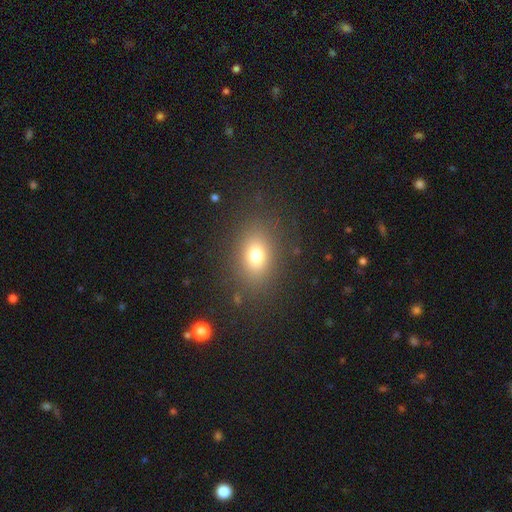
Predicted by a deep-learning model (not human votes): Q: Smooth or featured?
A: smooth (74%); runner-up: star or artifact (14%)
Q: How rounded?
A: in between (67%); runner-up: round (31%)
Q: Merging?
A: none (83%); runner-up: minor disturbance (9%)